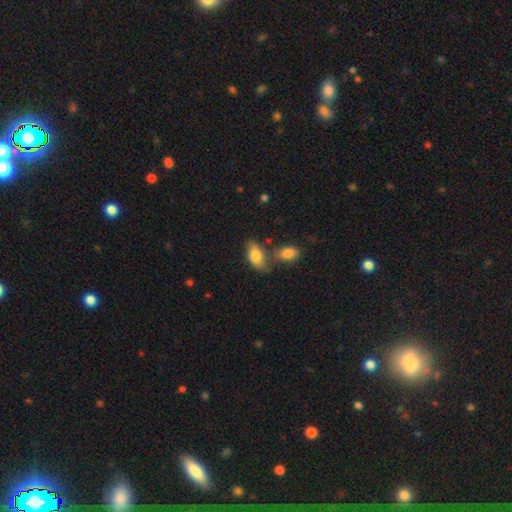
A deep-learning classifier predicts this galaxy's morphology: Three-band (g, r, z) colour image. It shows a smooth galaxy with no disk features (79%) that is in between round and cigar-shaped (91%). Merging: none (53%).